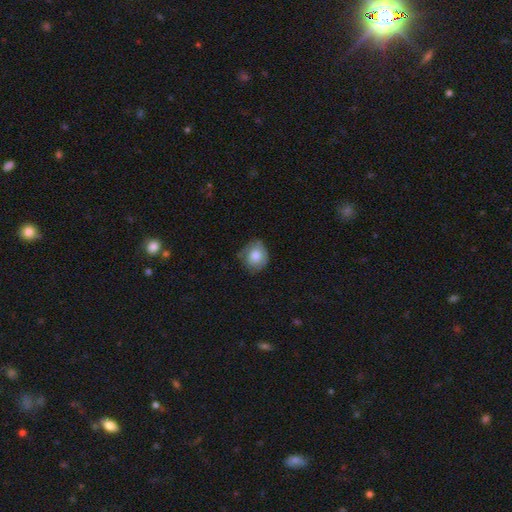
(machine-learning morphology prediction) Overall: smooth (75%). How rounded: round (69%; in between 30%). Merging: none (58%; minor disturbance 32%).